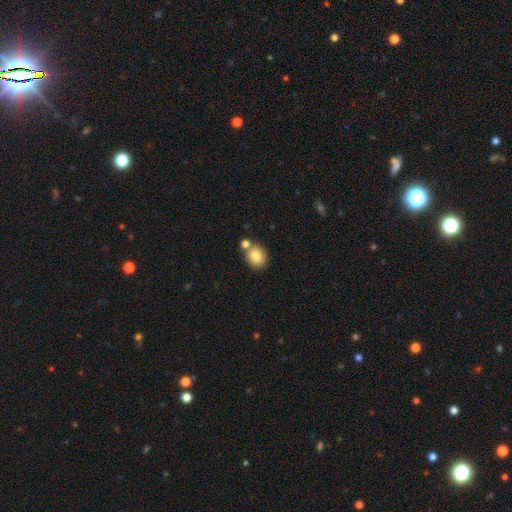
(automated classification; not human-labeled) smooth-or-featured: smooth: 82% | star or artifact: 9% | featured or disk: 9%
  how-rounded: round: 64% | in between: 35% | cigar-shaped: 1%
  merging: none: 63% | merger: 24% | minor disturbance: 10% | major disturbance: 3%